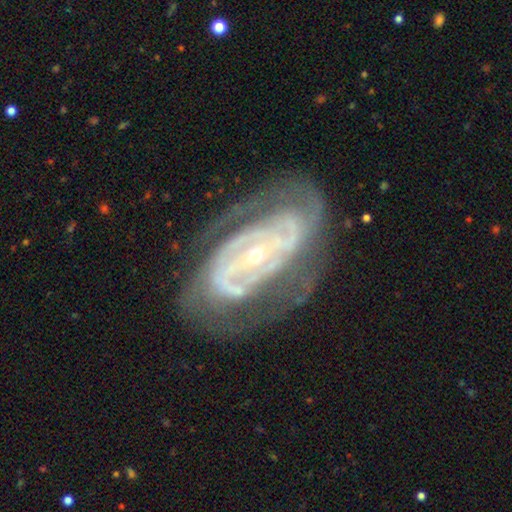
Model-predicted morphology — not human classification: Smooth or featured? Predicted: featured or disk (p=0.88). Edge-on disk? Predicted: no (p=0.95). Bar? Predicted: no (p=0.36). Spiral arms? Predicted: yes (p=0.89). Spiral winding? Predicted: tight (p=0.55). Spiral arm count? Predicted: 2 (p=0.43). Bulge size? Predicted: small (p=0.64). Merging? Predicted: none (p=0.56).